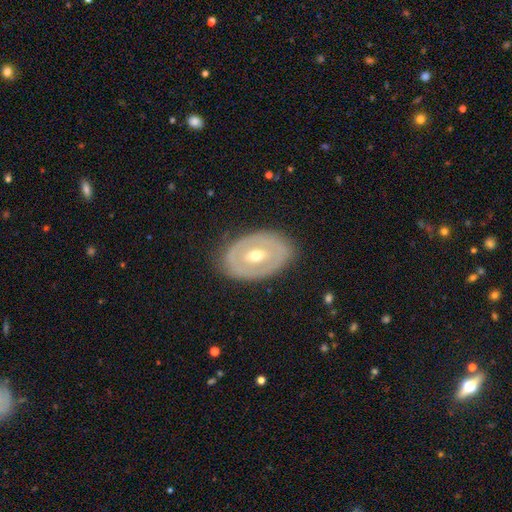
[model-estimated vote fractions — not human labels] The model was most divided on "bar": no: 50%, weak: 32%, strong: 18%. More confident: edge-on disk — no (91%); merging — none (82%); spiral arms — no (81%); smooth or featured — featured or disk (65%); bulge size — moderate (62%).